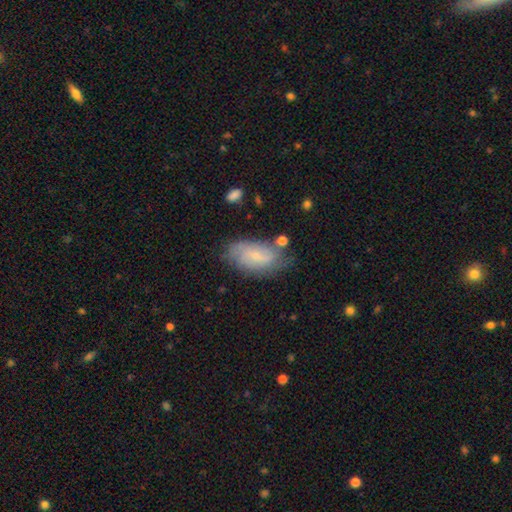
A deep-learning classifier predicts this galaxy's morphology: Smooth or featured? smooth (50%)
How rounded? in between (91%)
Merging? none (64%)